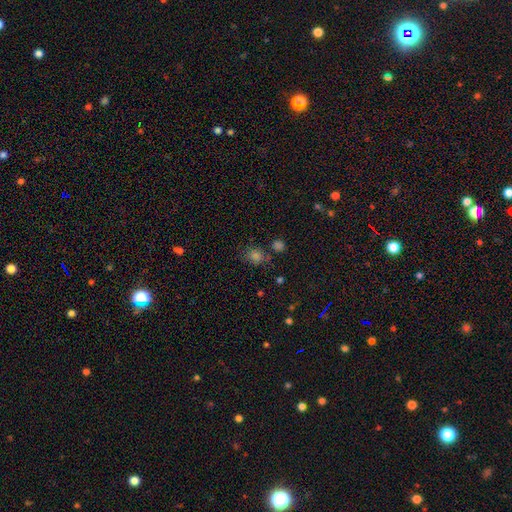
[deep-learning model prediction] Overall: smooth (65%; star or artifact 28%). How rounded: round (70%). Merging: none (72%).